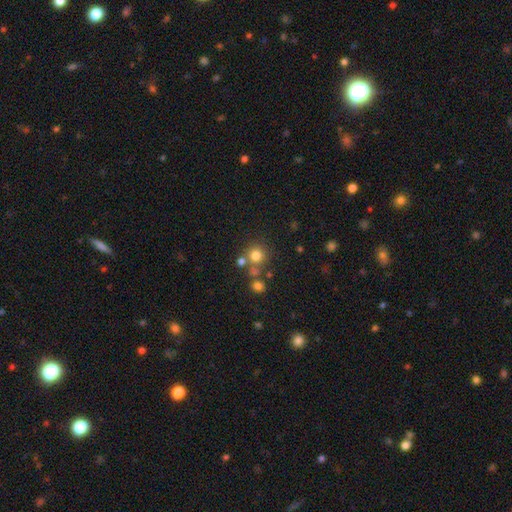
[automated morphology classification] Smooth or featured? Predicted: smooth (p=0.75). How rounded? Predicted: round (p=0.91). Merging? Predicted: none (p=0.69).